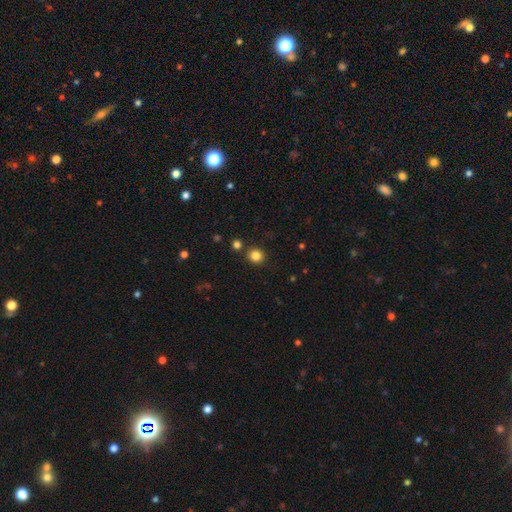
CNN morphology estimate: smooth-or-featured: smooth: 83% | star or artifact: 13% | featured or disk: 4%
  how-rounded: round: 89% | in between: 10% | cigar-shaped: 1%
  merging: none: 87% | minor disturbance: 6% | merger: 5% | major disturbance: 2%